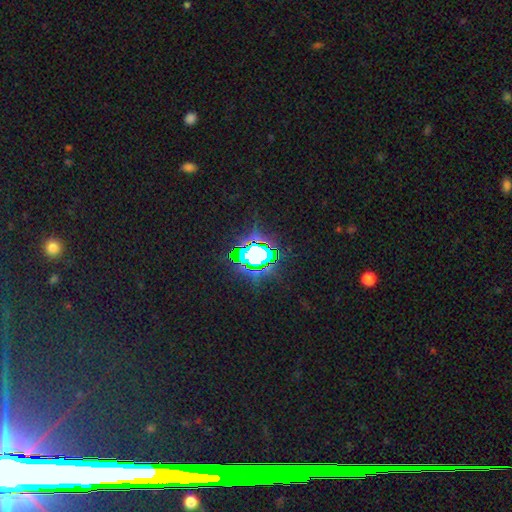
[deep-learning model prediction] Smooth or featured: star or artifact — 69% (smooth — 18%)